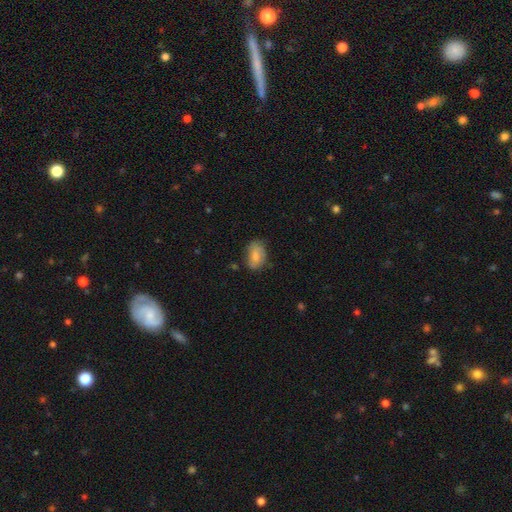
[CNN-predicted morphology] A smooth galaxy with no disk features (75%) that is in between round and cigar-shaped (85%). Merging: none (60%).